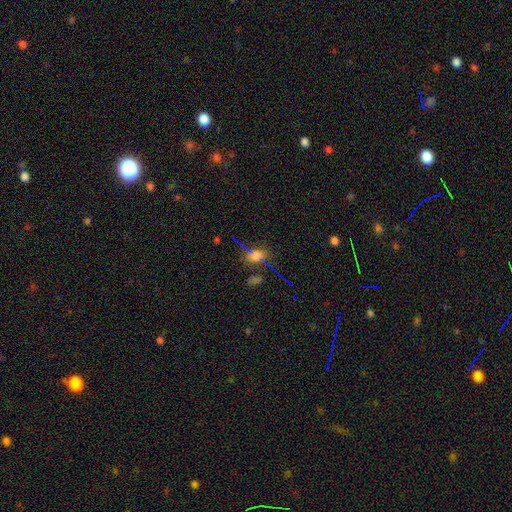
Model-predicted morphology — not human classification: Q: Smooth or featured?
A: smooth (45%); runner-up: star or artifact (38%)
Q: Merging?
A: none (69%); runner-up: minor disturbance (15%)